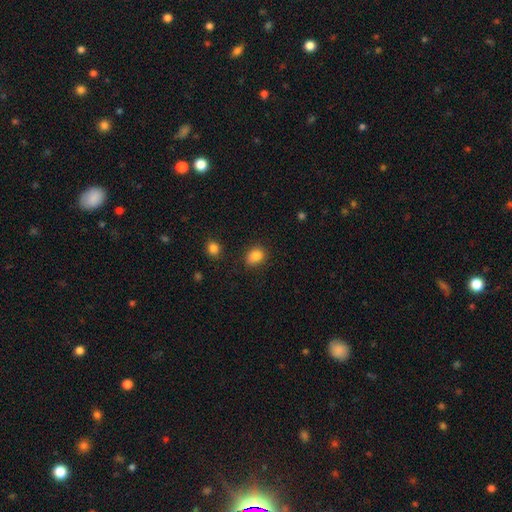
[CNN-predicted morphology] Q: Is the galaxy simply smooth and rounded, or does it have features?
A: smooth — 84%.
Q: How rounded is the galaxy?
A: in between — 53%.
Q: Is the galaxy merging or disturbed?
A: none — 75%.